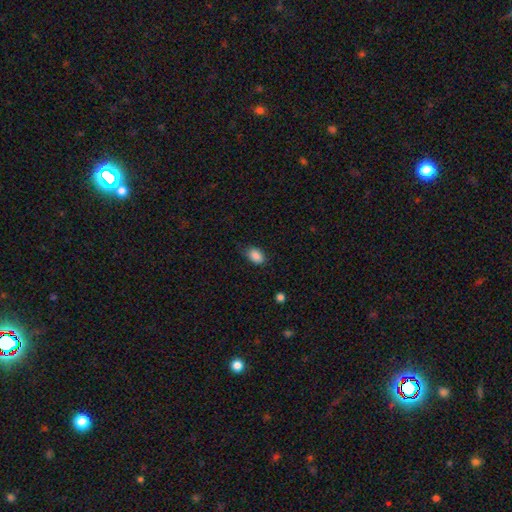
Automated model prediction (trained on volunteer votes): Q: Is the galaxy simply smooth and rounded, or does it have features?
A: smooth — 88%.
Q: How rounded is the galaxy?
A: in between — 87%.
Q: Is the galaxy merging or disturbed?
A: none — 75%.